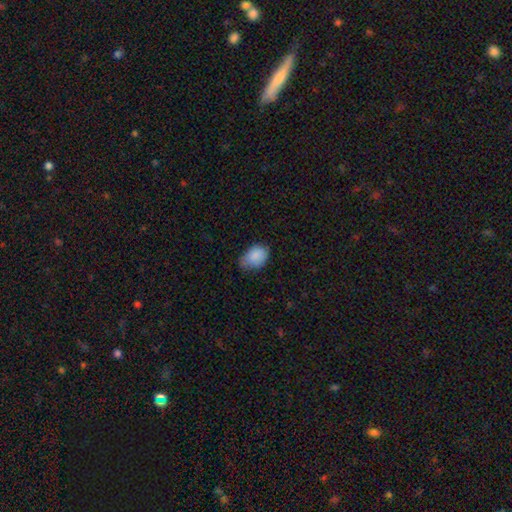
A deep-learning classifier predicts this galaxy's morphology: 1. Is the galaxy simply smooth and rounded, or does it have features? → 87% smooth, 7% star or artifact, 6% featured or disk.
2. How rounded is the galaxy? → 80% in between, 18% round, 1% cigar-shaped.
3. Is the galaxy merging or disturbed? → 51% none, 39% minor disturbance, 8% major disturbance, 1% merger.